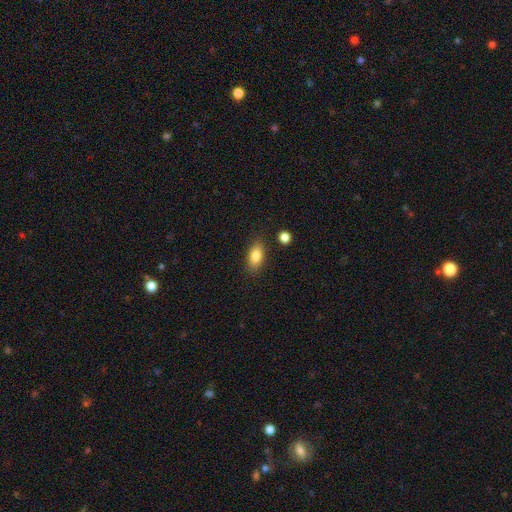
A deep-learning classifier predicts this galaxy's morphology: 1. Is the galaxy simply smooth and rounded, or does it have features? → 84% smooth, 8% featured or disk, 8% star or artifact.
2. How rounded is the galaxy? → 87% in between, 7% cigar-shaped, 6% round.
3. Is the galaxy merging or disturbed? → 84% none, 11% minor disturbance, 3% major disturbance, 3% merger.